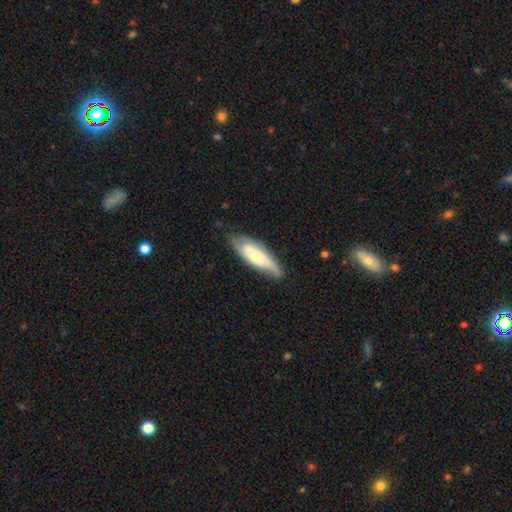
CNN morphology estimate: smooth 53%, featured or disk 40%, star or artifact 7%. Down the decision tree: how rounded — in between (50%); merging — none (66%).